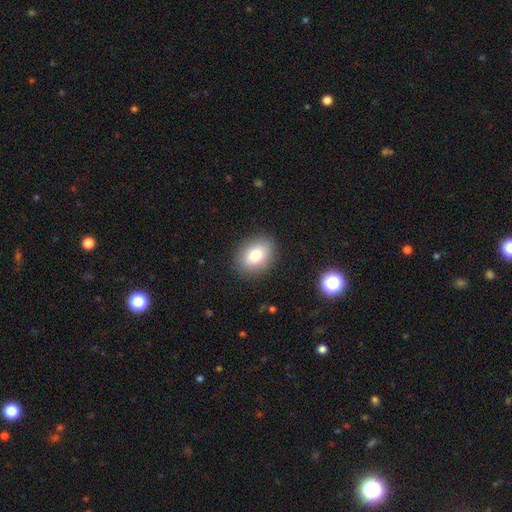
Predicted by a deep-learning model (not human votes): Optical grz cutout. It shows a smooth galaxy with no disk features (80%) that is in between round and cigar-shaped (69%). Merging: none (88%).